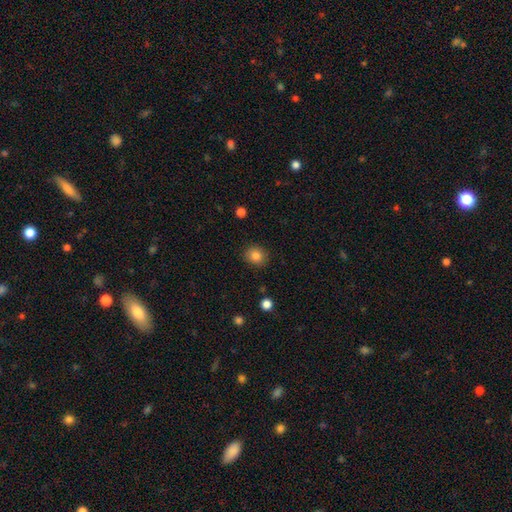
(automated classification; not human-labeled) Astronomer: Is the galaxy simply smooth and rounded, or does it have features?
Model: smooth — 85%.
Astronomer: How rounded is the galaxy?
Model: round — 81%.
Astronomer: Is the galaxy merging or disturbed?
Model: none — 88%.